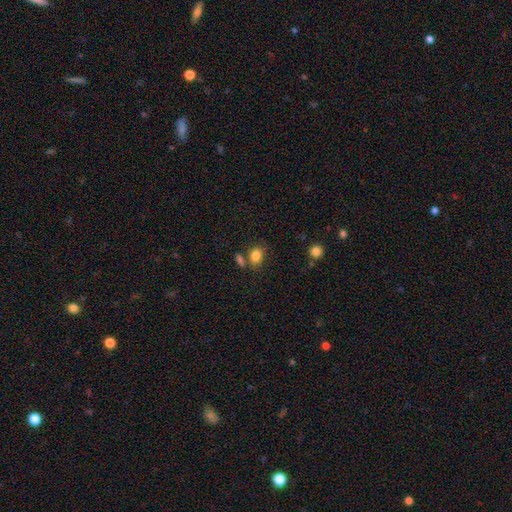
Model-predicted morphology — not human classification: This is clearly a smooth galaxy (84%). How rounded: likely in between (67%). Merging: likely none (63%).